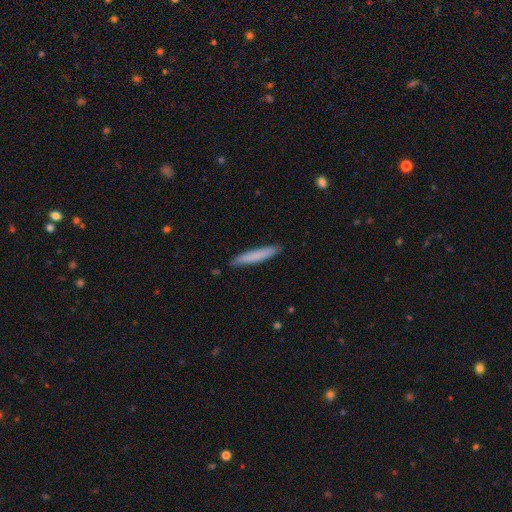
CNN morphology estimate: The model was most divided on "smooth or featured": smooth: 75%, featured or disk: 19%, star or artifact: 6%. More confident: how rounded — cigar-shaped (93%); merging — none (86%).